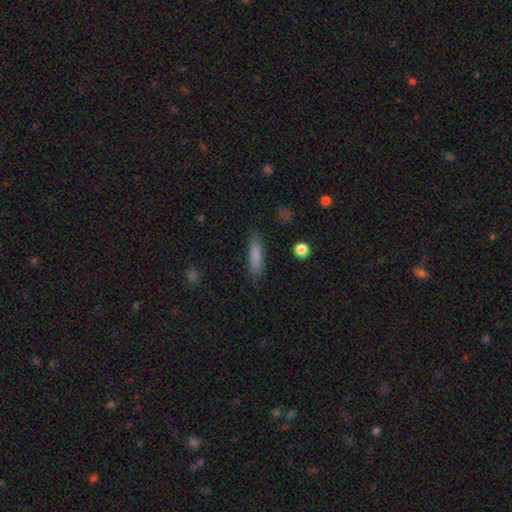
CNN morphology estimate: Overall: smooth (84%). How rounded: cigar-shaped (68%; in between 30%). Merging: none (85%).